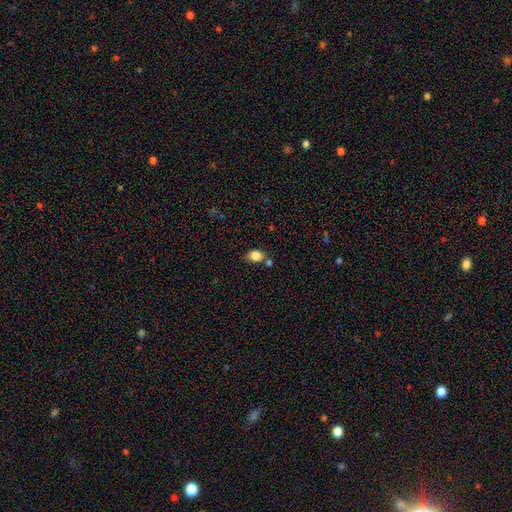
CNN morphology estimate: Smooth or featured?
  - smooth: 85% *
  - star or artifact: 9%
  - featured or disk: 5%
How rounded?
  - in between: 71% *
  - round: 28%
  - cigar-shaped: 1%
Merging?
  - none: 64% *
  - merger: 17%
  - minor disturbance: 15%
  - major disturbance: 4%